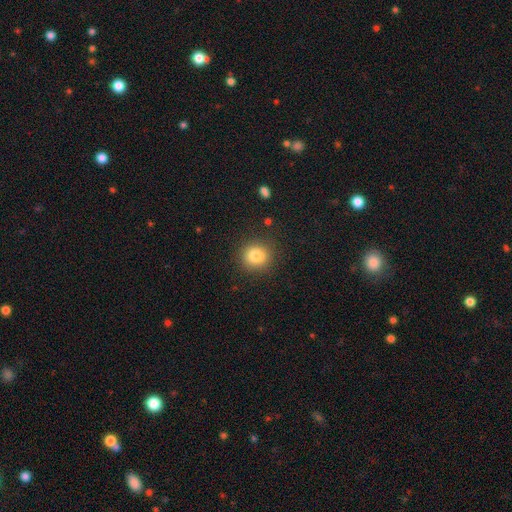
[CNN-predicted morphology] smooth-or-featured: smooth: 82% | star or artifact: 11% | featured or disk: 7%
  how-rounded: round: 88% | in between: 11% | cigar-shaped: 1%
  merging: none: 89% | minor disturbance: 7% | major disturbance: 3% | merger: 1%